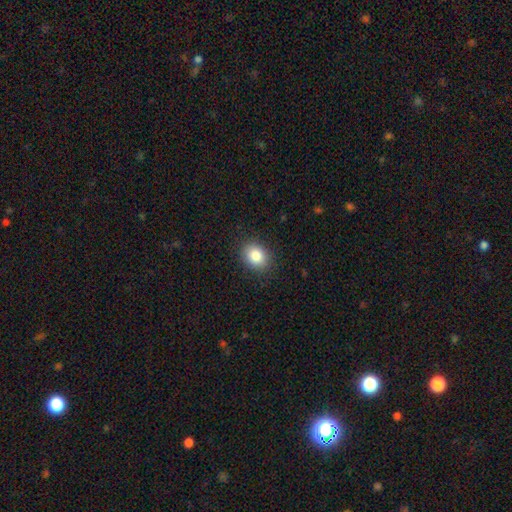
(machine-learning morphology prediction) smooth_or_featured: smooth (p=0.85) [alt: star or artifact p=0.09]
how_rounded: in between (p=0.51) [alt: round p=0.48]
merging: none (p=0.88) [alt: minor disturbance p=0.09]